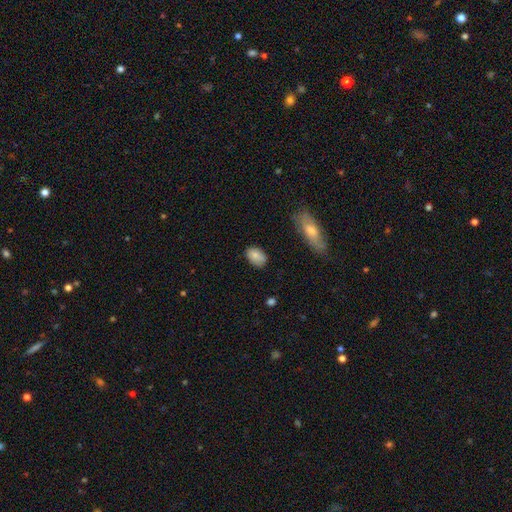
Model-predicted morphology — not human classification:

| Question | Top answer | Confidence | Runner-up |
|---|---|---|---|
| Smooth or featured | smooth | 80% | featured or disk (11%) |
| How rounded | in between | 87% | round (11%) |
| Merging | none | 71% | minor disturbance (22%) |